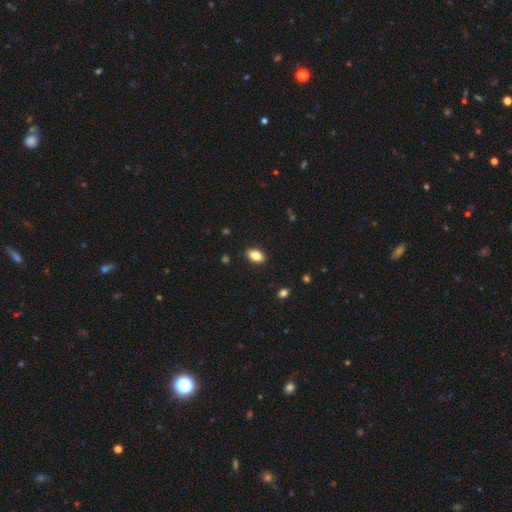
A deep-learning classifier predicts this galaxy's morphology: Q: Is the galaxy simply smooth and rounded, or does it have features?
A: smooth — 84%.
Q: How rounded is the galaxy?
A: in between — 91%.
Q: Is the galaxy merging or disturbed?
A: none — 89%.